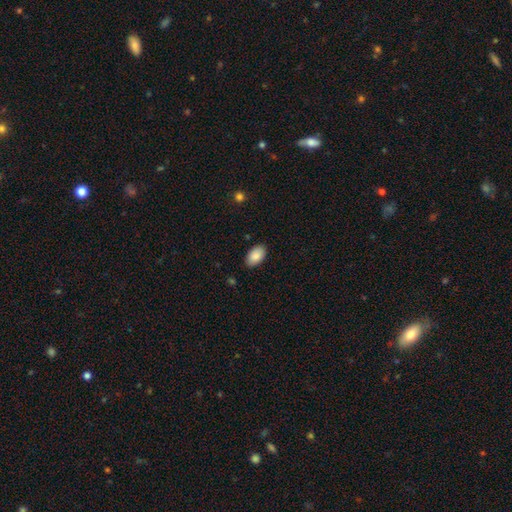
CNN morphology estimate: A smooth galaxy with no disk features (89%) that is in between round and cigar-shaped (94%).

Vote fractions:
- Smooth or featured? smooth: 89% / star or artifact: 6% / featured or disk: 4%
- How rounded? in between: 94% / round: 5% / cigar-shaped: 1%
- Merging? none: 88% / minor disturbance: 9% / major disturbance: 2% / merger: 1%